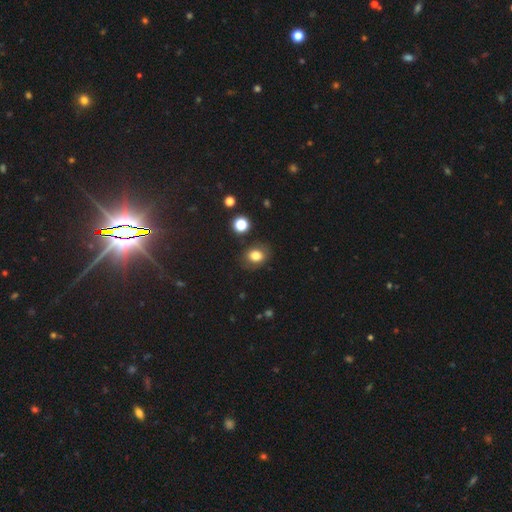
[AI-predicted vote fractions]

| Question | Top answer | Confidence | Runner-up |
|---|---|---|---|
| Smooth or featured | smooth | 80% | star or artifact (11%) |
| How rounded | in between | 51% | round (48%) |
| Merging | none | 82% | minor disturbance (12%) |